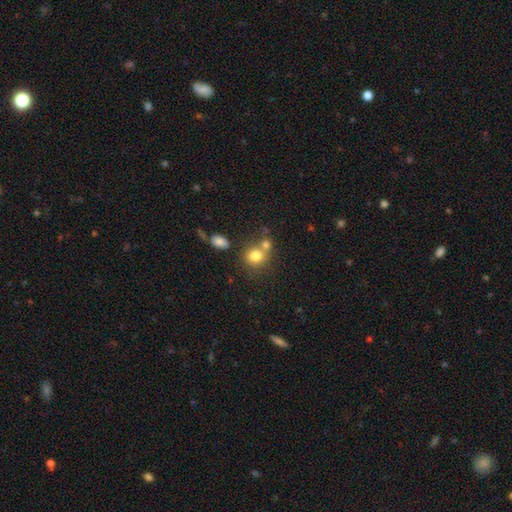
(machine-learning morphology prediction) A smooth galaxy with no disk features (78%) that is round (75%). Merging: none (47%).